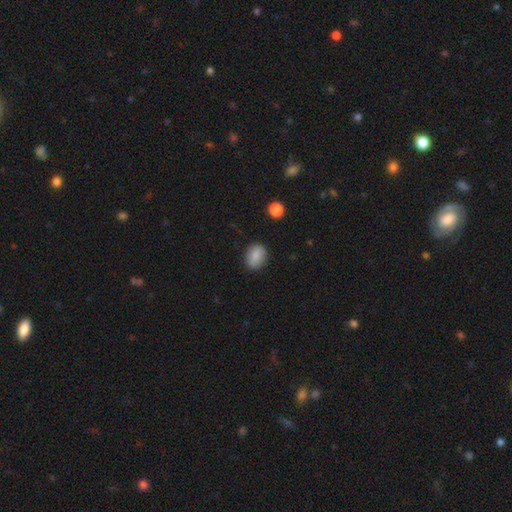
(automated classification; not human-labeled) Smooth or featured? Predicted: smooth (p=0.82). How rounded? Predicted: in between (p=0.61). Merging? Predicted: none (p=0.85).